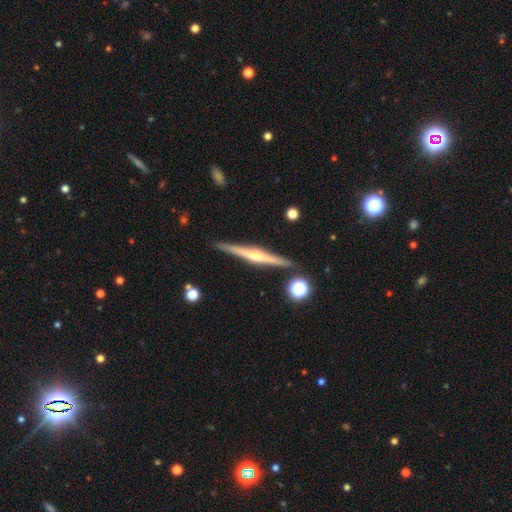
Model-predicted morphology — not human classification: Smooth or featured? featured or disk (82%)
Edge-on disk? yes (98%)
Edge-on bulge? rounded (82%)
Merging? none (89%)